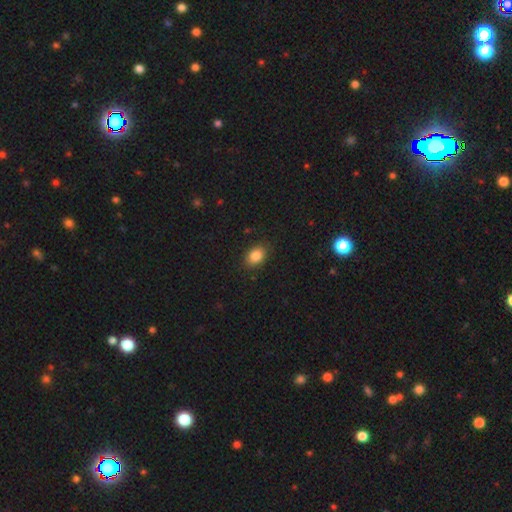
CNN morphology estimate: Q: Smooth or featured?
A: smooth (86%); runner-up: star or artifact (9%)
Q: How rounded?
A: in between (77%); runner-up: round (21%)
Q: Merging?
A: none (86%); runner-up: minor disturbance (11%)